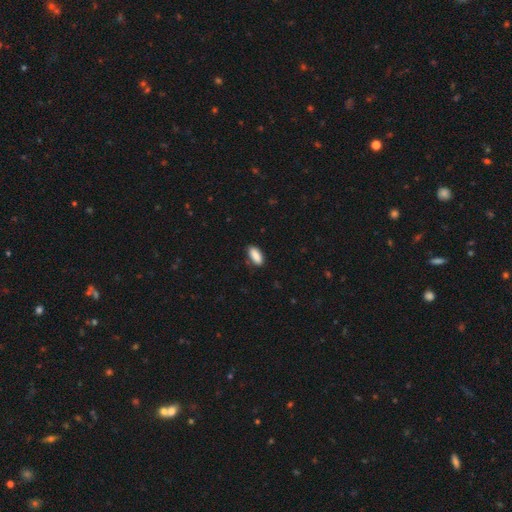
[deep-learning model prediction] Overall: smooth (89%). How rounded: in between (82%). Merging: none (85%).